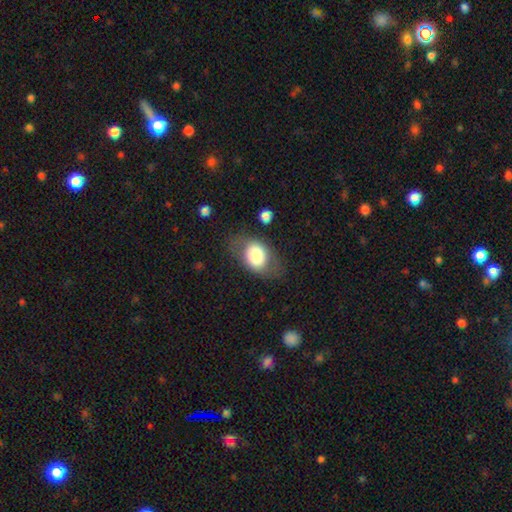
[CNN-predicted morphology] Overall: smooth (74%). How rounded: in between (75%). Merging: none (67%).